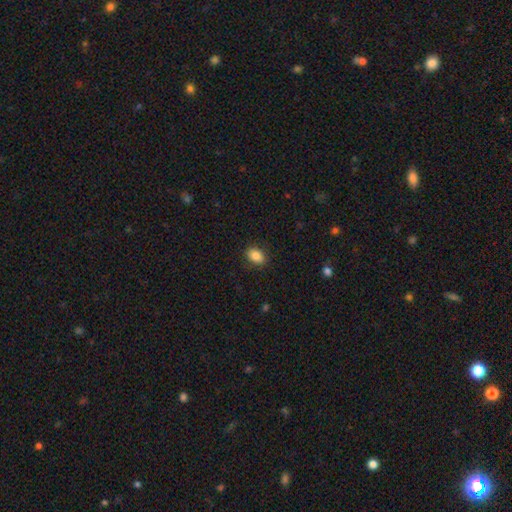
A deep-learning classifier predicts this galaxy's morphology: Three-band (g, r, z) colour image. It shows a smooth galaxy with no disk features (86%) that is in between round and cigar-shaped (81%). Merging: none (87%).